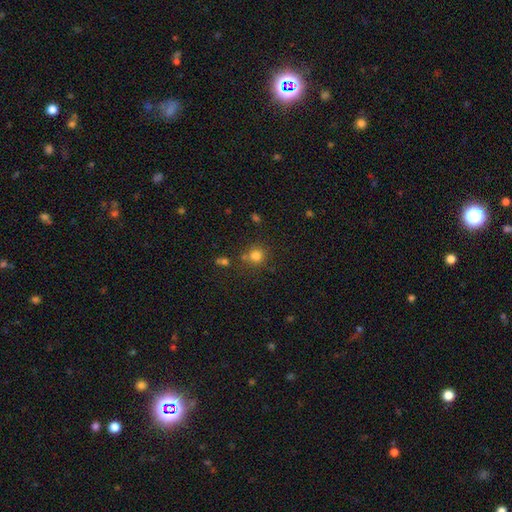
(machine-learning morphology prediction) Smooth or featured: smooth — 79% (star or artifact — 14%)
How rounded: round — 88% (in between — 11%)
Merging: none — 70% (merger — 13%)